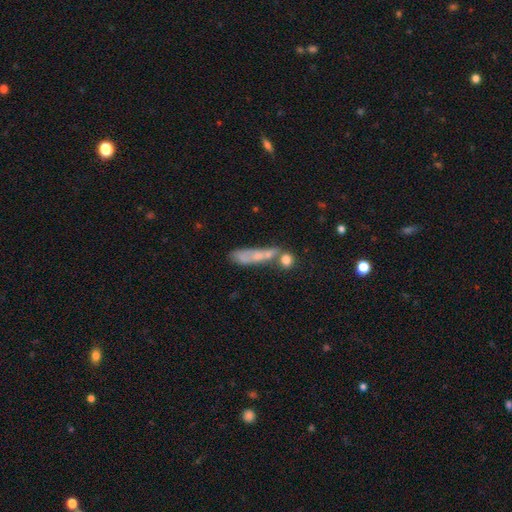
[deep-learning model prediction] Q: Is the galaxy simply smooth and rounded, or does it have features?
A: smooth — 51%.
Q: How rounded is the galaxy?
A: cigar-shaped — 68%.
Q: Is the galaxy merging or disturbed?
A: merger — 36%.